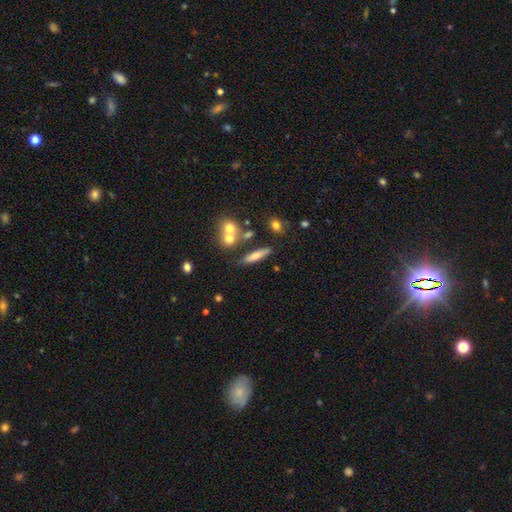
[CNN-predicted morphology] smooth_or_featured: smooth (p=0.62) [alt: featured or disk p=0.29]
how_rounded: cigar-shaped (p=0.77) [alt: in between p=0.19]
merging: none (p=0.70) [alt: merger p=0.14]